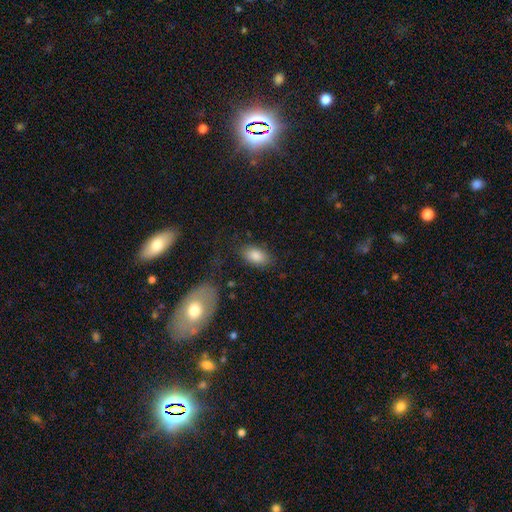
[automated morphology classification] This is clearly a smooth galaxy (85%). How rounded: clearly in between (92%). Merging: likely none (79%).